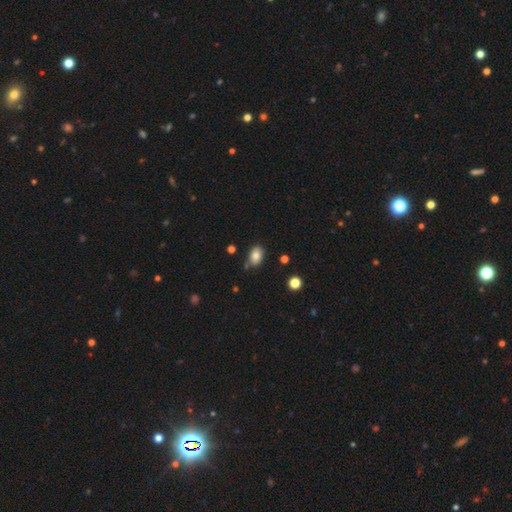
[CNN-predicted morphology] Smooth or featured: smooth — 81% (star or artifact — 10%)
How rounded: in between — 83% (round — 15%)
Merging: none — 78% (minor disturbance — 14%)